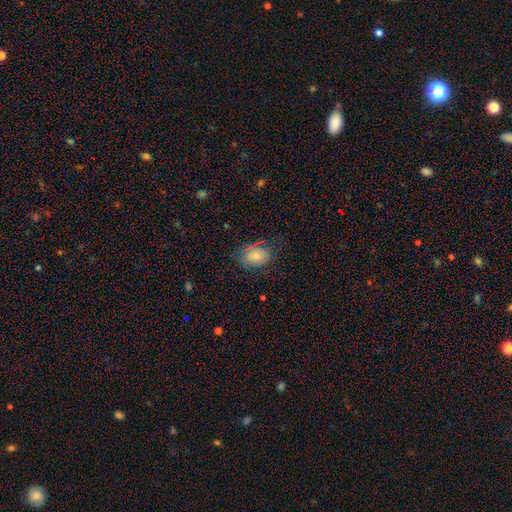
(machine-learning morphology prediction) The model was most divided on "how rounded": in between: 72%, round: 27%, cigar-shaped: 1%. More confident: merging — none (73%); smooth or featured — smooth (73%).